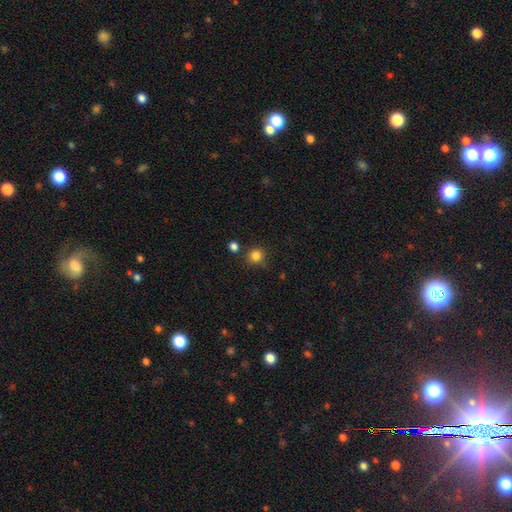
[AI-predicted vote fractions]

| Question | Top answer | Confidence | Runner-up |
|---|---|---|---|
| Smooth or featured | smooth | 83% | star or artifact (12%) |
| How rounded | round | 90% | in between (9%) |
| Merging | none | 79% | minor disturbance (11%) |